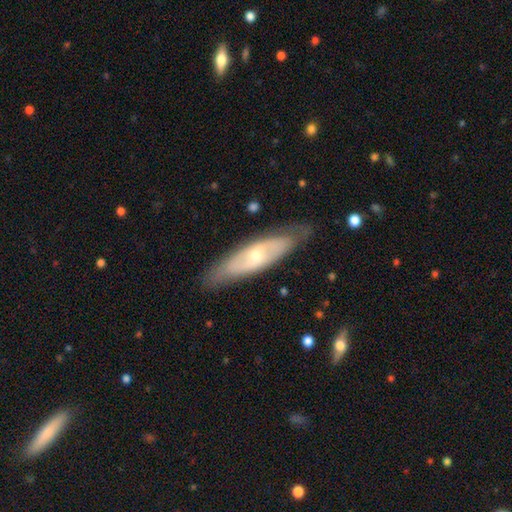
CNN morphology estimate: A featured or disk galaxy (62%).

Vote fractions:
- Smooth or featured? featured or disk: 62% / smooth: 33% / star or artifact: 5%
- Edge-on disk? no: 70% / yes: 30%
- Merging? none: 81% / minor disturbance: 14% / major disturbance: 4% / merger: 1%